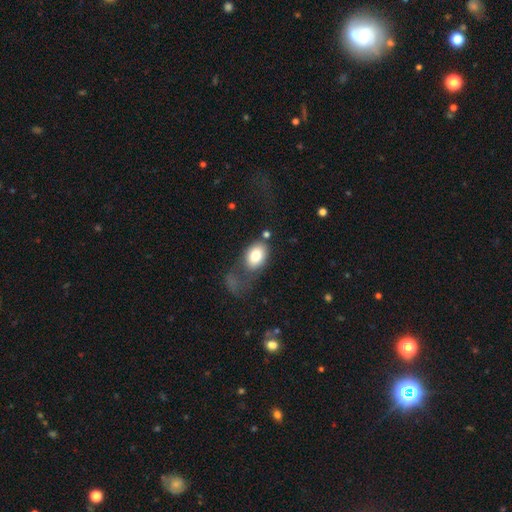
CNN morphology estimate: The model was most divided on "merging": none: 36%, major disturbance: 32%, minor disturbance: 21%, merger: 11%. More confident: how rounded — in between (86%); smooth or featured — smooth (81%).